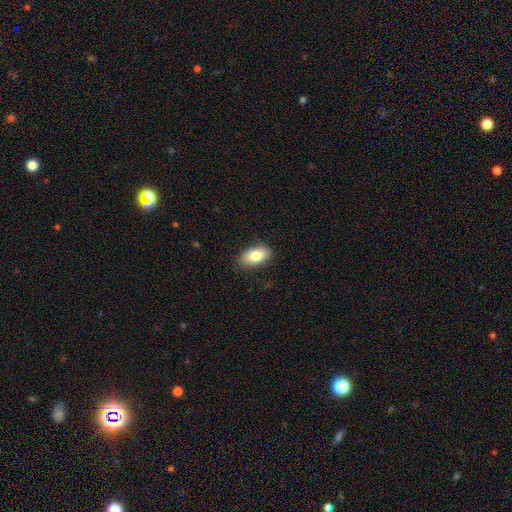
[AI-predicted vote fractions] A smooth galaxy with no disk features (82%) that is in between round and cigar-shaped (92%). Merging: none (87%).